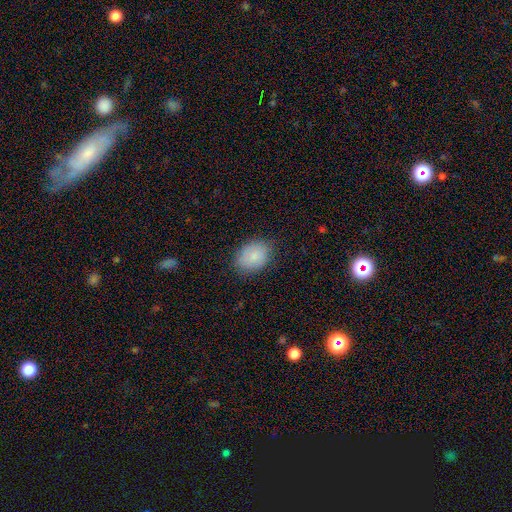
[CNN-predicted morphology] A smooth galaxy with no disk features (84%) that is in between round and cigar-shaped (71%). Merging: none (82%).